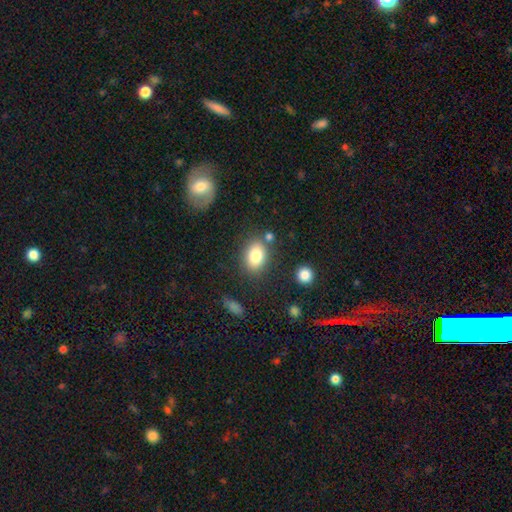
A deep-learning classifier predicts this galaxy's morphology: Smooth or featured? smooth (81%)
How rounded? in between (74%)
Merging? none (76%)